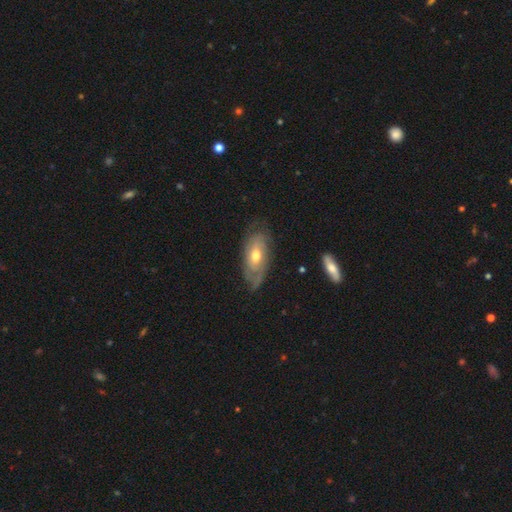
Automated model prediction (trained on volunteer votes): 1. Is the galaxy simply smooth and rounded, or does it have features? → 61% featured or disk, 33% smooth, 6% star or artifact.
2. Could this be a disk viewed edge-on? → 86% no, 14% yes.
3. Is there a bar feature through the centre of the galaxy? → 73% no, 23% weak, 4% strong.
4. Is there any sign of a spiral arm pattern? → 73% yes, 27% no.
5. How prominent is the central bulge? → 72% moderate, 17% small, 9% large, 1% none, 1% dominant.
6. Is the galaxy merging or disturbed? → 63% none, 26% minor disturbance, 10% major disturbance, 2% merger.